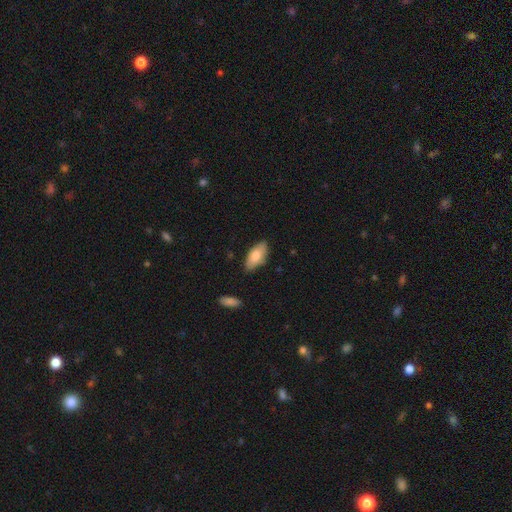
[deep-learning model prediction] Smooth or featured? smooth (80%)
How rounded? in between (91%)
Merging? none (79%)